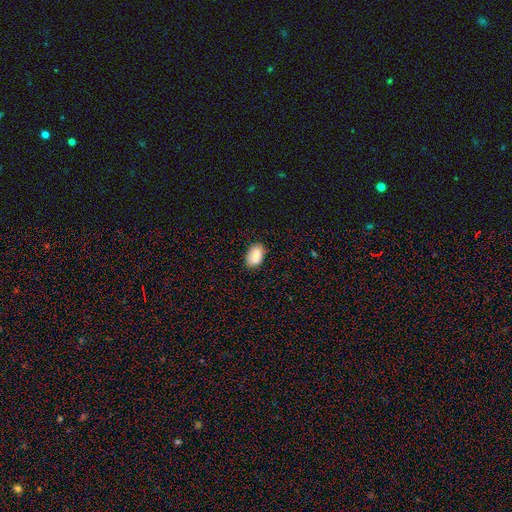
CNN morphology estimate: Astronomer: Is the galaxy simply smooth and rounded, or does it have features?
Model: smooth — 80%.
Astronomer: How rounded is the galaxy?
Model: in between — 90%.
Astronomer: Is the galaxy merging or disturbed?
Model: none — 81%.